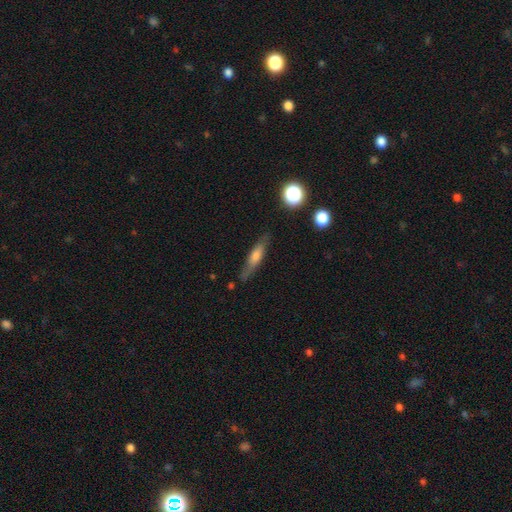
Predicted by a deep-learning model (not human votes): This appears to be a smooth galaxy with no disk features (48%). Merging: none (80%).